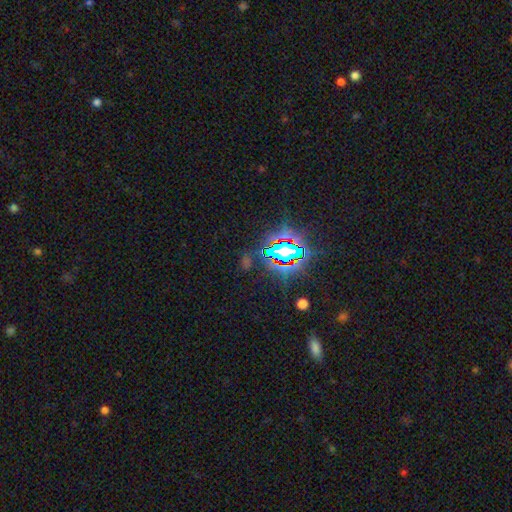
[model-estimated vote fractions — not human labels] smooth_or_featured: star or artifact (p=0.83) [alt: smooth p=0.10]